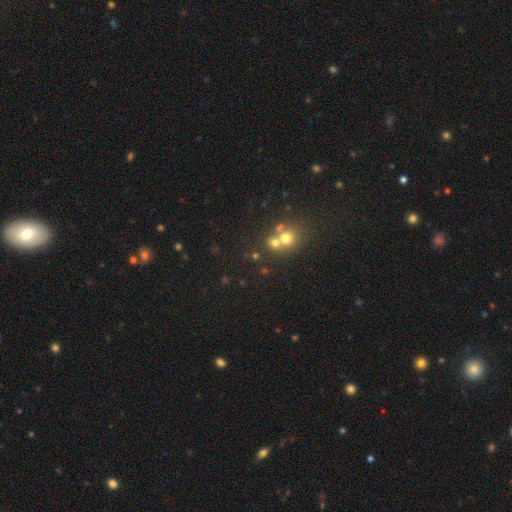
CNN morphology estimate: Smooth or featured: smooth — 54% (star or artifact — 28%)
How rounded: round — 80% (in between — 18%)
Merging: none — 46% (merger — 44%)